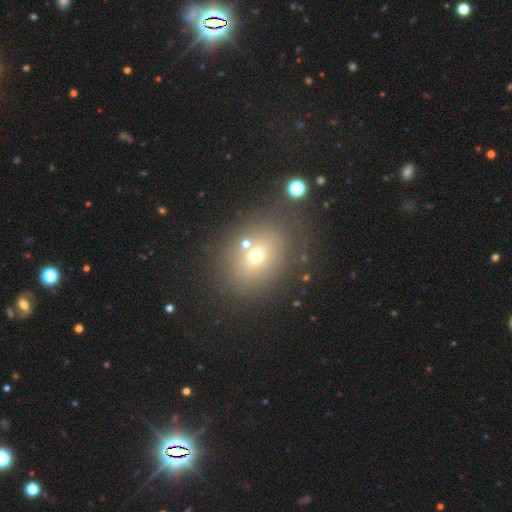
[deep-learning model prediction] smooth-or-featured: smooth: 63% | star or artifact: 21% | featured or disk: 17%
  how-rounded: round: 52% | in between: 47% | cigar-shaped: 1%
  merging: none: 72% | minor disturbance: 12% | merger: 10% | major disturbance: 6%